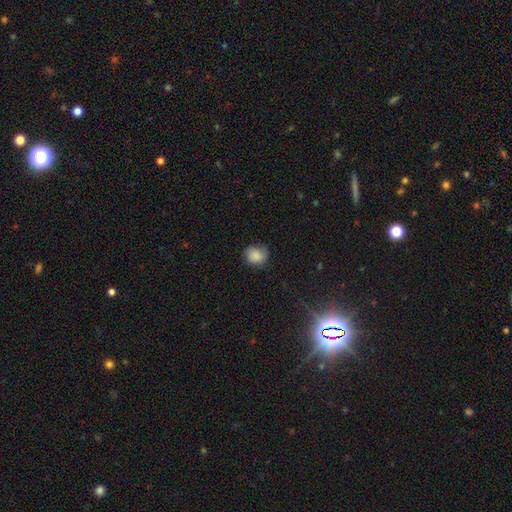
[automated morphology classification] This is clearly a smooth galaxy (85%). How rounded: likely round (72%). Merging: likely none (67%).